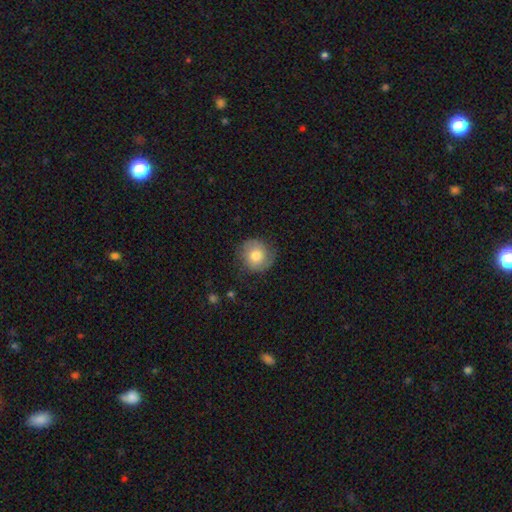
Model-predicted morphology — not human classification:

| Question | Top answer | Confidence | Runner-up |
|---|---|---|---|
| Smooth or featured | smooth | 49% | featured or disk (43%) |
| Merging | none | 79% | minor disturbance (14%) |